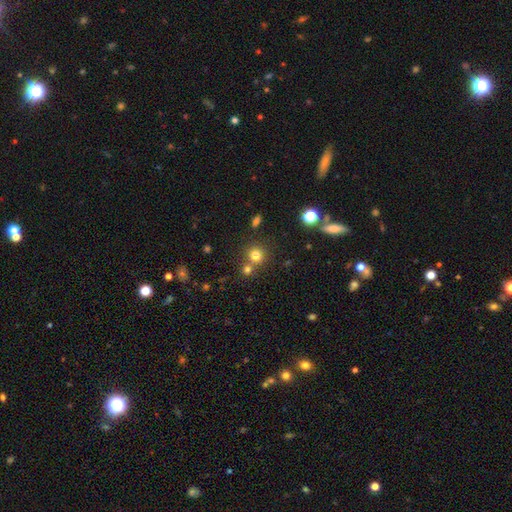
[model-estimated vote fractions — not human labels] Overall: smooth (76%). How rounded: round (91%). Merging: none (67%).